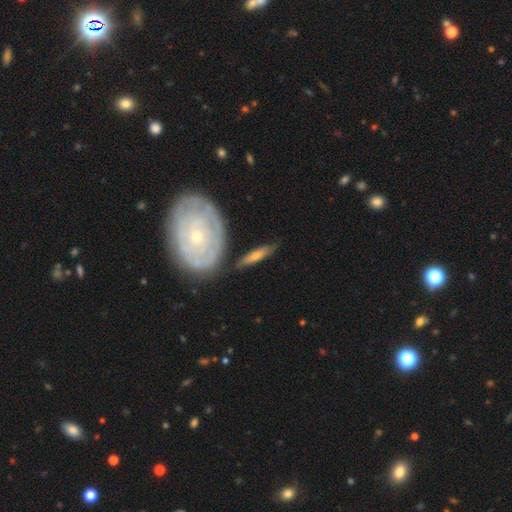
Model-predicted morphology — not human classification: smooth_or_featured: featured or disk (p=0.48) [alt: smooth p=0.46]
merging: none (p=0.77) [alt: minor disturbance p=0.14]